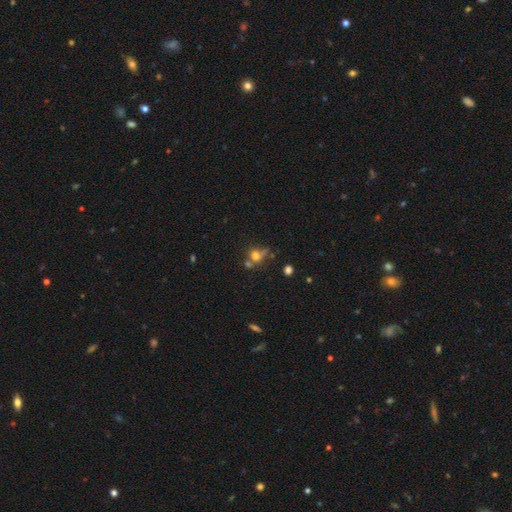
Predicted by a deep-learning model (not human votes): A smooth galaxy with no disk features (68%) that is round (74%). Merging: none (41%).